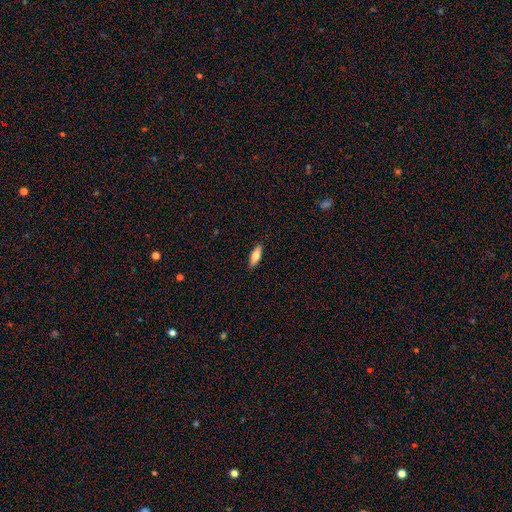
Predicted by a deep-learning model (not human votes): A smooth galaxy with no disk features (74%) that is in between round and cigar-shaped (61%).

Vote fractions:
- Smooth or featured? smooth: 74% / featured or disk: 20% / star or artifact: 6%
- How rounded? in between: 61% / cigar-shaped: 37% / round: 2%
- Merging? none: 89% / minor disturbance: 8% / major disturbance: 2% / merger: 1%